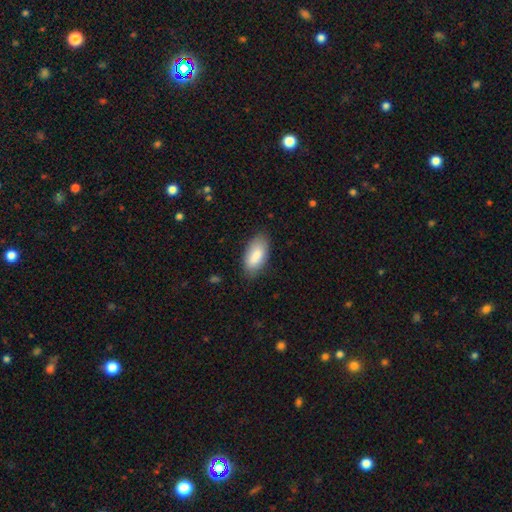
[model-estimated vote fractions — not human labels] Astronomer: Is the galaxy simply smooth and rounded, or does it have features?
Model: smooth — 85%.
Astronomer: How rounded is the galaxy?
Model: in between — 91%.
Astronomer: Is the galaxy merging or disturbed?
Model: none — 81%.